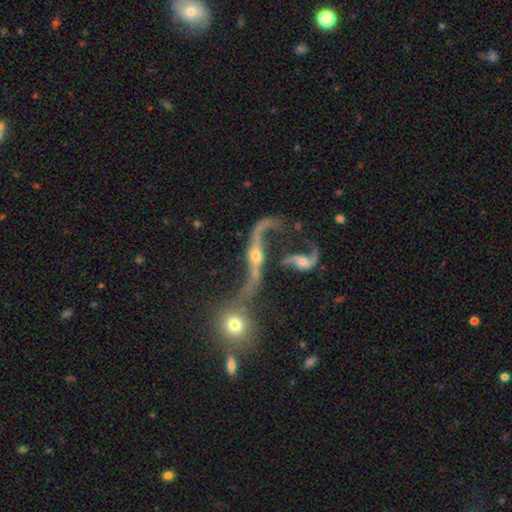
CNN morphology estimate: smooth_or_featured: featured or disk (p=0.81) [alt: star or artifact p=0.10]
disk_edge_on: no (p=0.86) [alt: yes p=0.14]
bar: no (p=0.55) [alt: weak p=0.27]
has_spiral_arms: yes (p=0.86) [alt: no p=0.14]
spiral_winding: loose (p=0.92) [alt: medium p=0.06]
spiral_arm_count: 2 (p=0.84) [alt: 1 p=0.09]
bulge_size: moderate (p=0.45) [alt: small p=0.42]
merging: merger (p=0.40) [alt: none p=0.26]